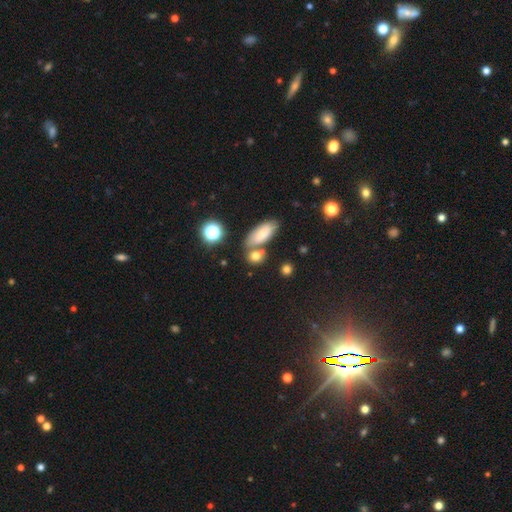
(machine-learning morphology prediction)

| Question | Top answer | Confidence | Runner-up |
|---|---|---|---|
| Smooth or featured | smooth | 74% | star or artifact (14%) |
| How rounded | round | 51% | in between (42%) |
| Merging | none | 58% | merger (27%) |